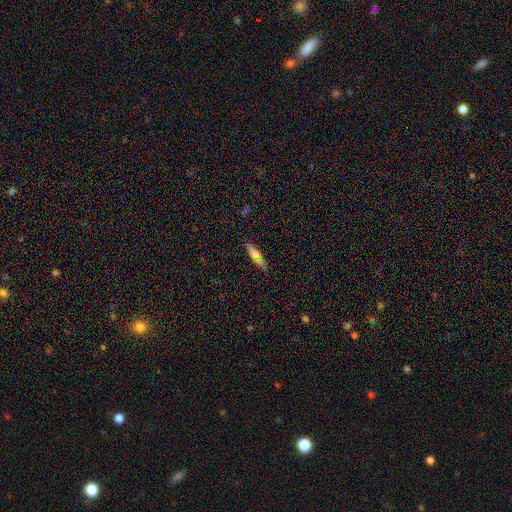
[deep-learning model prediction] A smooth galaxy with no disk features (54%) that is cigar-shaped (76%).

Vote fractions:
- Smooth or featured? smooth: 54% / featured or disk: 32% / star or artifact: 14%
- How rounded? cigar-shaped: 76% / in between: 20% / round: 3%
- Merging? none: 87% / minor disturbance: 9% / merger: 2% / major disturbance: 2%